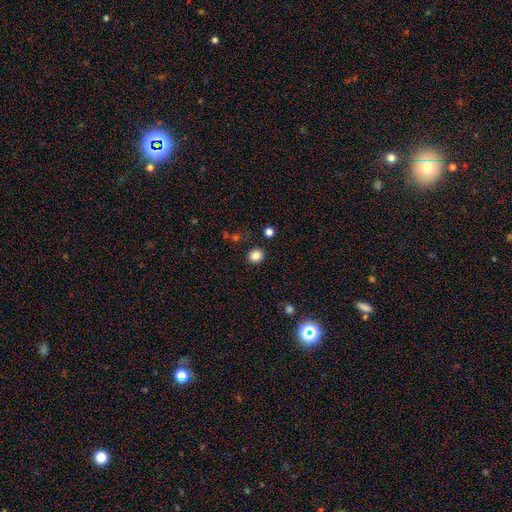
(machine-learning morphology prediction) Overall: smooth (85%). How rounded: round (79%). Merging: none (88%).